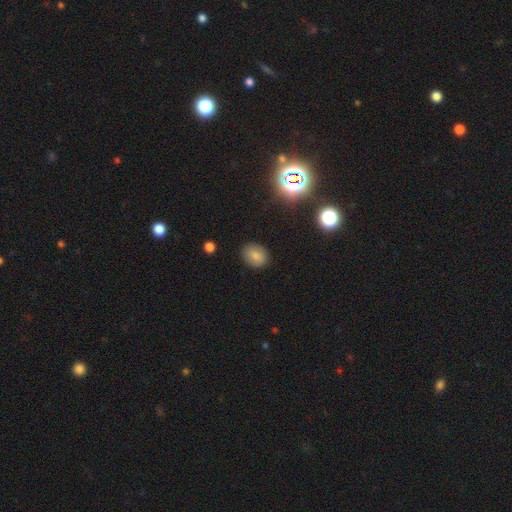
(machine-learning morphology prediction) The model was most divided on "how rounded": in between: 56%, round: 42%, cigar-shaped: 1%. More confident: merging — none (86%); smooth or featured — smooth (79%).